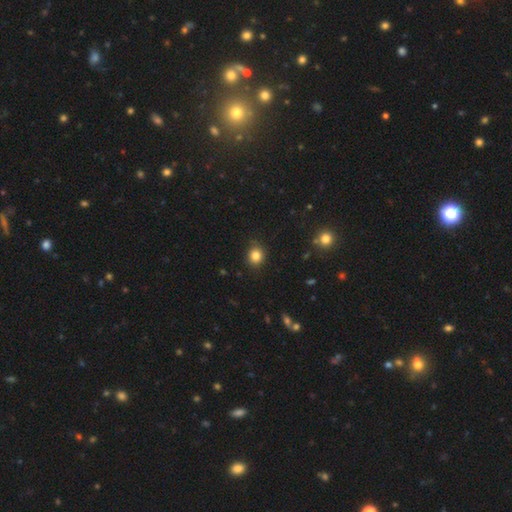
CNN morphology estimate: A smooth galaxy with no disk features (83%) that is round (80%). Merging: none (86%).